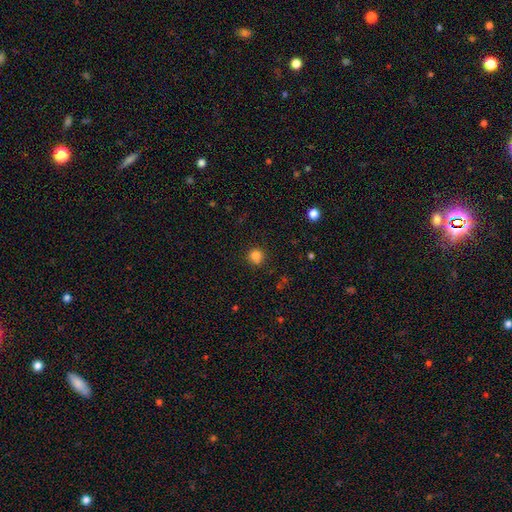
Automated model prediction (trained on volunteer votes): Smooth or featured?
  - smooth: 83% *
  - star or artifact: 12%
  - featured or disk: 4%
How rounded?
  - round: 89% *
  - in between: 10%
  - cigar-shaped: 1%
Merging?
  - none: 83% *
  - minor disturbance: 12%
  - major disturbance: 3%
  - merger: 2%